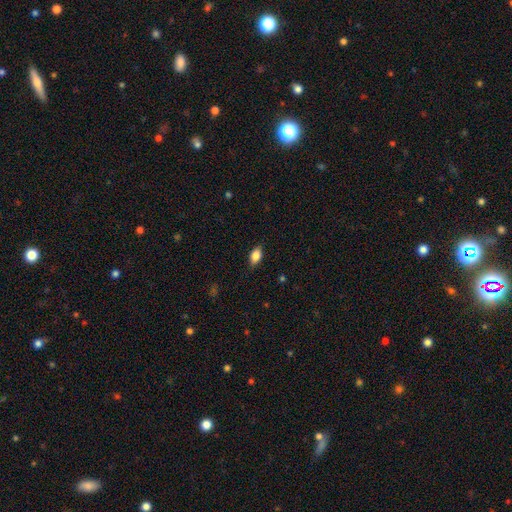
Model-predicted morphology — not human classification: Smooth or featured?
  - smooth: 84% *
  - featured or disk: 8%
  - star or artifact: 8%
How rounded?
  - in between: 88% *
  - round: 8%
  - cigar-shaped: 4%
Merging?
  - none: 83% *
  - minor disturbance: 13%
  - major disturbance: 3%
  - merger: 1%